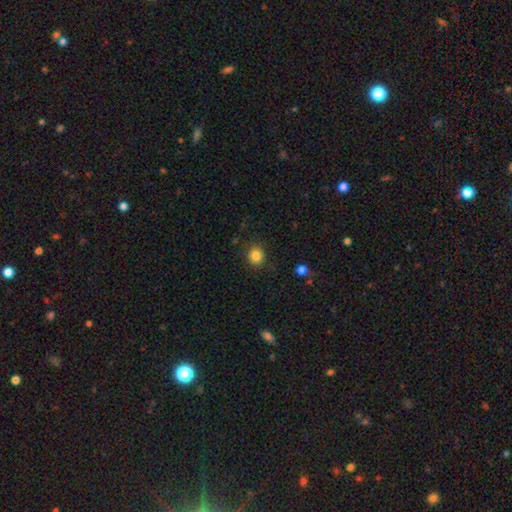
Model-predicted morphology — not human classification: smooth-or-featured: smooth: 84% | star or artifact: 11% | featured or disk: 5%
  how-rounded: round: 85% | in between: 14% | cigar-shaped: 1%
  merging: none: 88% | minor disturbance: 8% | major disturbance: 2% | merger: 1%